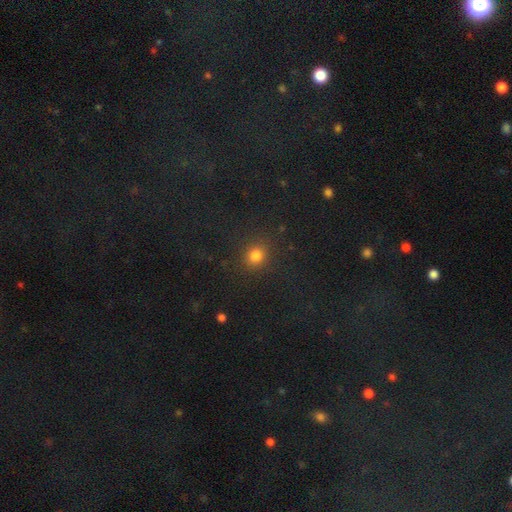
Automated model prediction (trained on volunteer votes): smooth-or-featured: smooth: 78% | star or artifact: 16% | featured or disk: 6%
  how-rounded: round: 82% | in between: 17% | cigar-shaped: 1%
  merging: none: 87% | minor disturbance: 7% | major disturbance: 4% | merger: 2%